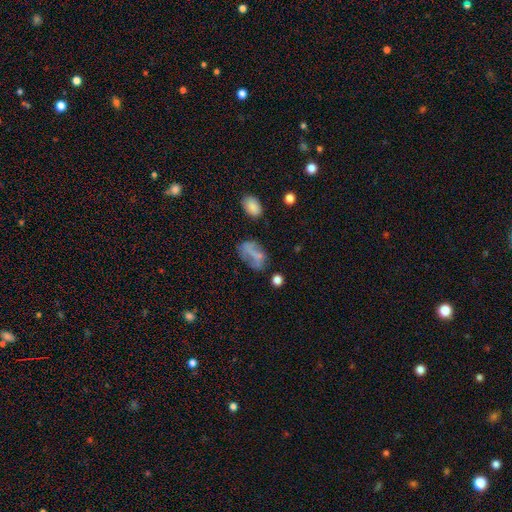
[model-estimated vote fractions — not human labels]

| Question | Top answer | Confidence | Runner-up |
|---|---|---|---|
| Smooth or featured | smooth | 49% | featured or disk (35%) |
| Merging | none | 49% | minor disturbance (24%) |